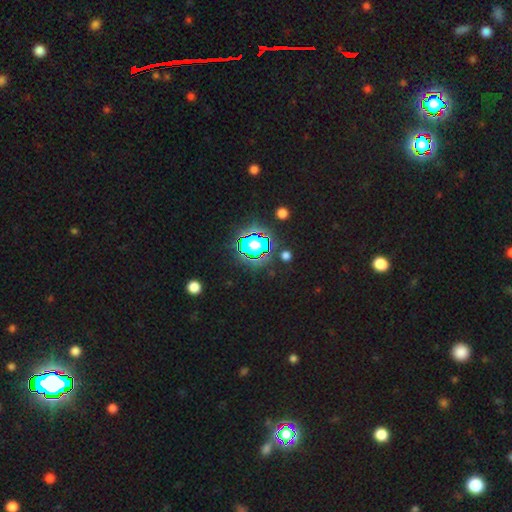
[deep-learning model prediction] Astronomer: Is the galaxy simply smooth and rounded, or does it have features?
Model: star or artifact — 76%.